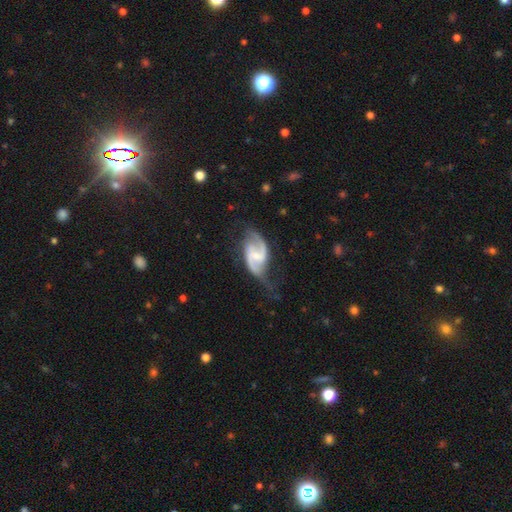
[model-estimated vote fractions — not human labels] Smooth or featured? Predicted: featured or disk (p=0.87). Edge-on disk? Predicted: no (p=0.97). Bar? Predicted: weak (p=0.51). Spiral arms? Predicted: yes (p=0.96). Spiral winding? Predicted: loose (p=0.51). Spiral arm count? Predicted: 2 (p=0.92). Bulge size? Predicted: small (p=0.52). Merging? Predicted: none (p=0.54).